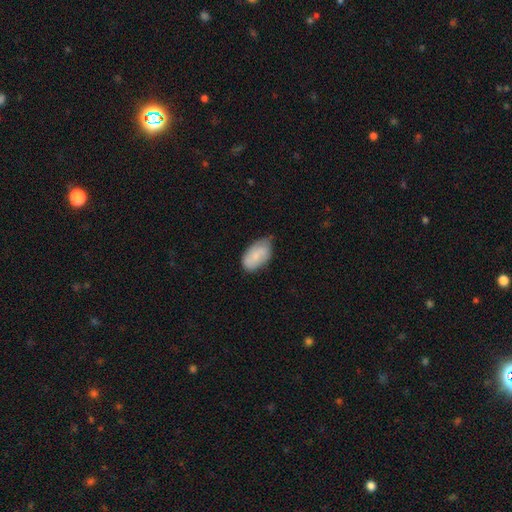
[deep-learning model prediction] smooth 76%, featured or disk 18%, star or artifact 6%. Down the decision tree: how rounded — in between (94%); merging — none (54%).